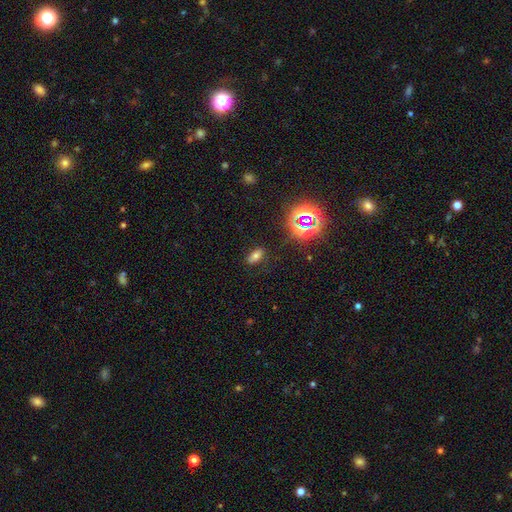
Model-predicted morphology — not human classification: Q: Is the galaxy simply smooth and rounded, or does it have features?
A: smooth — 58%.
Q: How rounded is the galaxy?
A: in between — 86%.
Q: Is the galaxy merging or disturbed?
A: none — 84%.